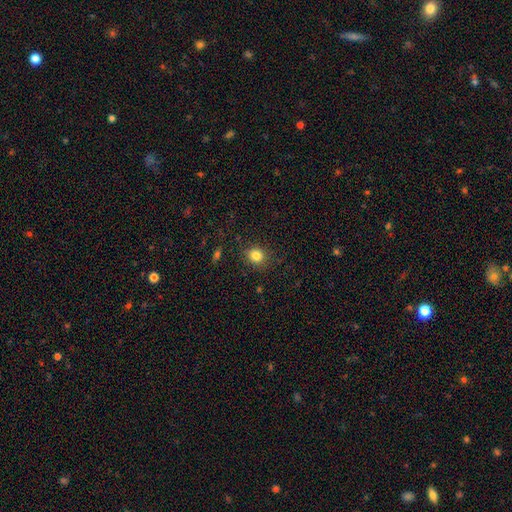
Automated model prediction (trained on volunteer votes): Overall: smooth (83%). How rounded: round (71%). Merging: none (85%).